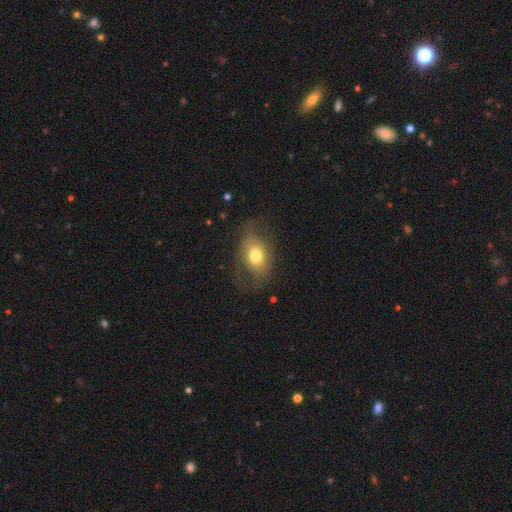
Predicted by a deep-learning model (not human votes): smooth 66%, featured or disk 25%, star or artifact 9%. Down the decision tree: how rounded — in between (70%); merging — none (54%).